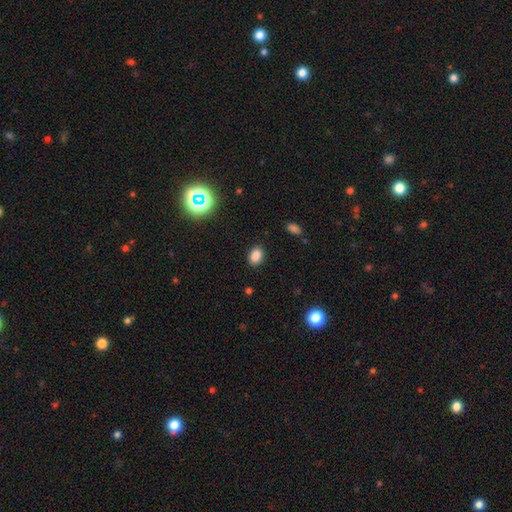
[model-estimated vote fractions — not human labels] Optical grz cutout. It shows a smooth galaxy with no disk features (84%) that is in between round and cigar-shaped (73%). Merging: none (87%).